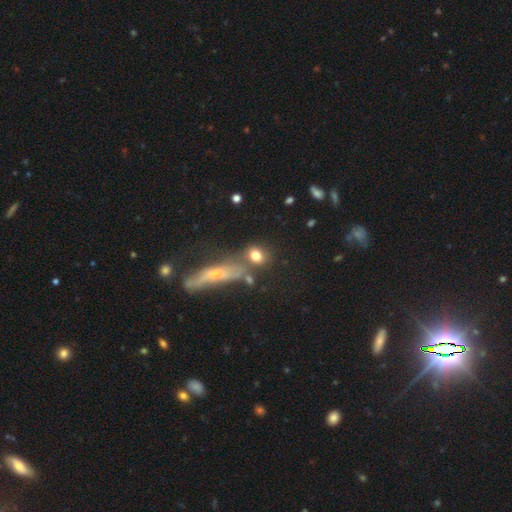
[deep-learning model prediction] smooth_or_featured: smooth (p=0.75) [alt: featured or disk p=0.13]
how_rounded: round (p=0.47) [alt: in between p=0.46]
merging: none (p=0.59) [alt: merger p=0.21]